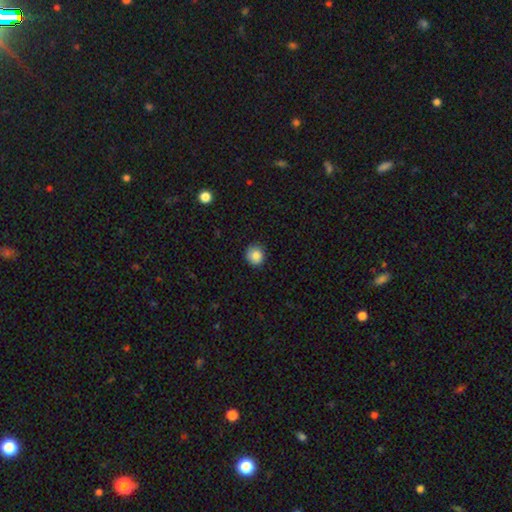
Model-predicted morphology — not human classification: Smooth or featured? Predicted: smooth (p=0.86). How rounded? Predicted: round (p=0.88). Merging? Predicted: none (p=0.83).